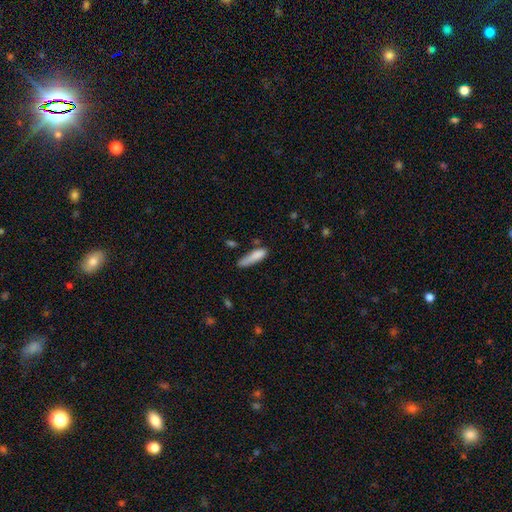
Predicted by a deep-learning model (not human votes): Morphology: type=smooth (80%); roundness=cigar-shaped (70%); merging=none (46%).